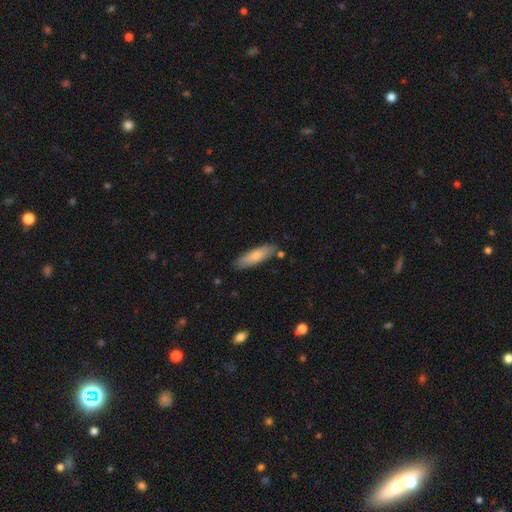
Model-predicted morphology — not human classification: Overall: smooth (76%). How rounded: cigar-shaped (58%; in between 40%). Merging: none (83%).